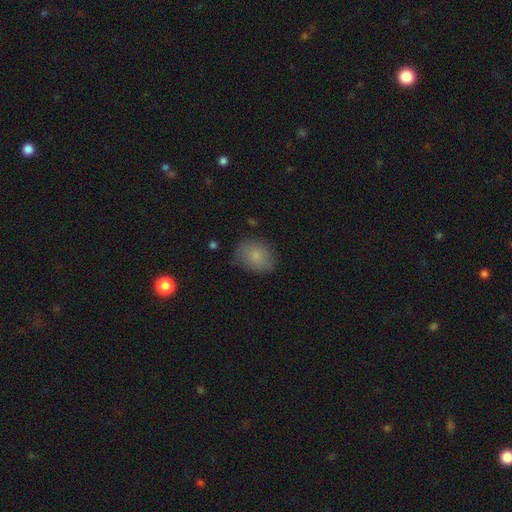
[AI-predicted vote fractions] The model was most divided on "how rounded": in between: 52%, round: 47%, cigar-shaped: 1%. More confident: smooth or featured — smooth (81%); merging — none (74%).